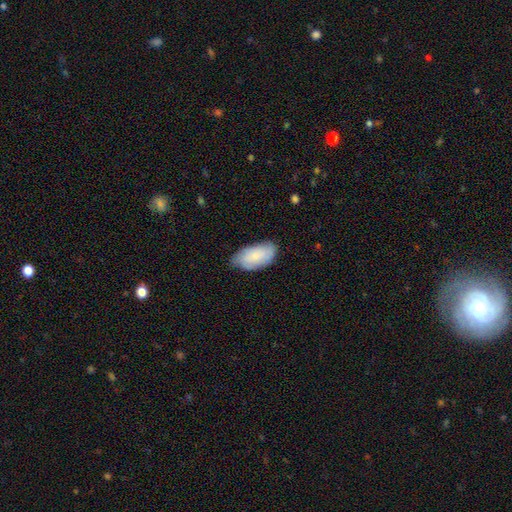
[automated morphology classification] This appears to be a smooth galaxy with no disk features (72%) that is in between round and cigar-shaped (95%). Merging: none (69%).